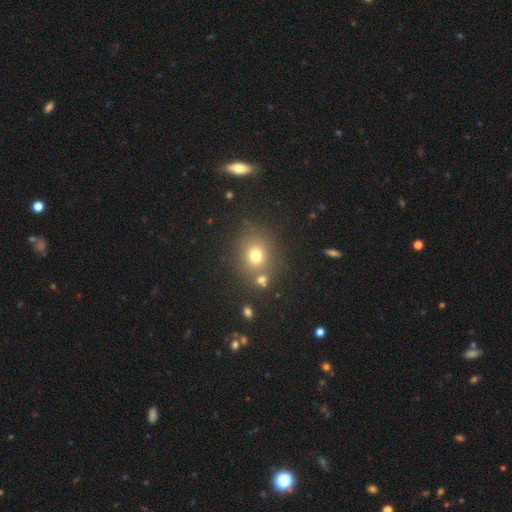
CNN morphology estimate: Smooth or featured? Predicted: smooth (p=0.72). How rounded? Predicted: round (p=0.74). Merging? Predicted: none (p=0.72).